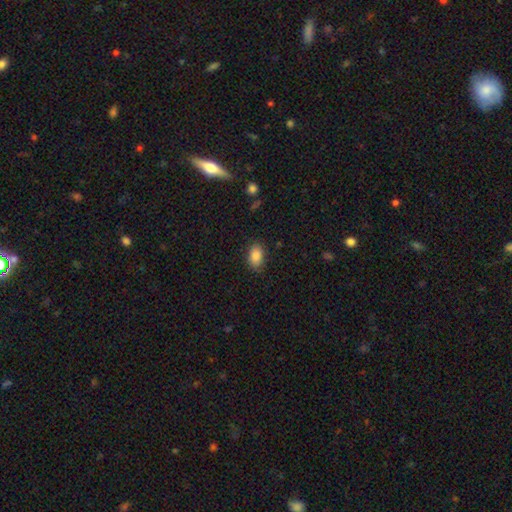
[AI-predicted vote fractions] A smooth galaxy with no disk features (87%) that is in between round and cigar-shaped (88%). Merging: none (82%).